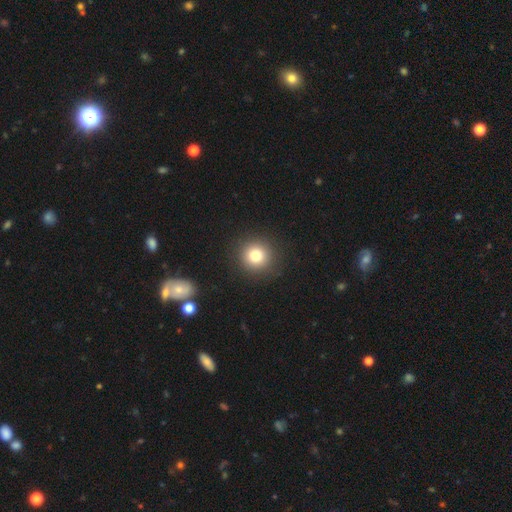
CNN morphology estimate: Overall: smooth (79%). How rounded: round (94%). Merging: none (91%).